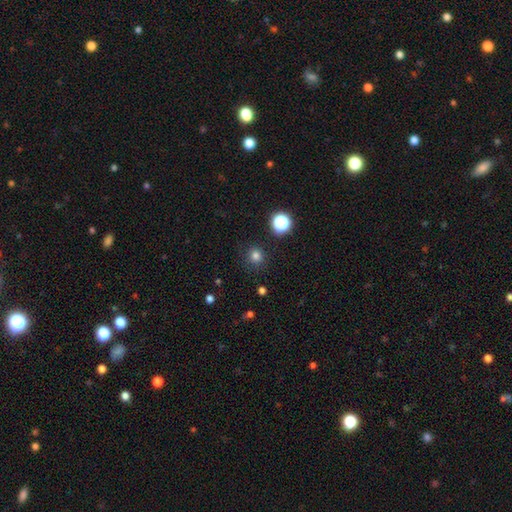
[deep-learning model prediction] Smooth or featured? Predicted: smooth (p=0.79). How rounded? Predicted: round (p=0.91). Merging? Predicted: none (p=0.89).